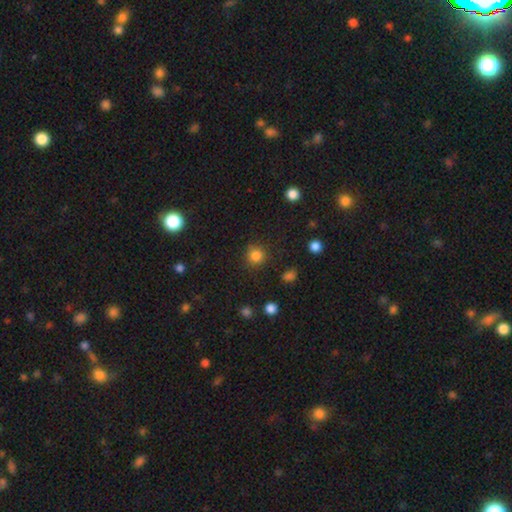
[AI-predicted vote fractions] A smooth galaxy with no disk features (83%) that is round (92%). Merging: none (86%).